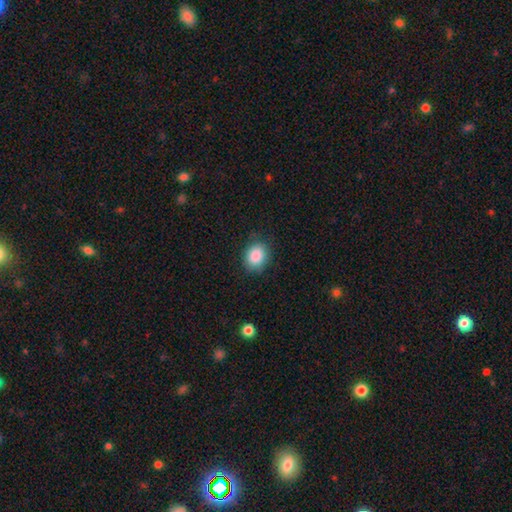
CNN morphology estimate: A smooth galaxy with no disk features (88%) that is round (51%). Merging: none (83%).